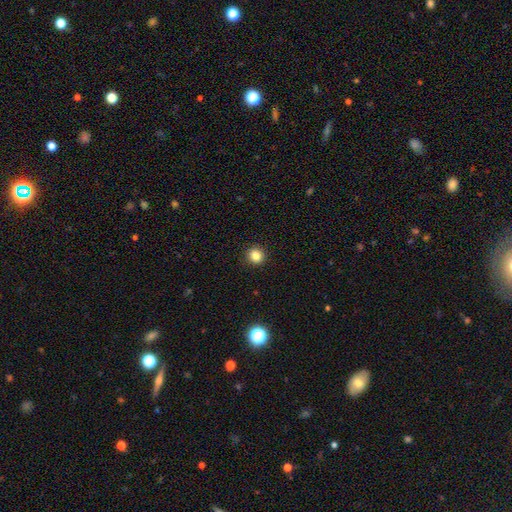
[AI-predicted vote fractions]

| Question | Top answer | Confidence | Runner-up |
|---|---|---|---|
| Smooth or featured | smooth | 83% | star or artifact (12%) |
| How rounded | round | 90% | in between (9%) |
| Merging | none | 93% | minor disturbance (5%) |